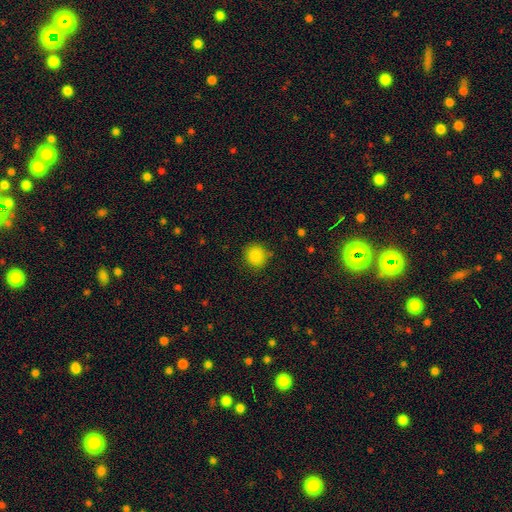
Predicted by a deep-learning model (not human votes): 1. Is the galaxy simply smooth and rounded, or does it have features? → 87% smooth, 10% star or artifact, 3% featured or disk.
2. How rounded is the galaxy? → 87% round, 12% in between, 1% cigar-shaped.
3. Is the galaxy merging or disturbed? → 84% none, 11% minor disturbance, 3% major disturbance, 1% merger.